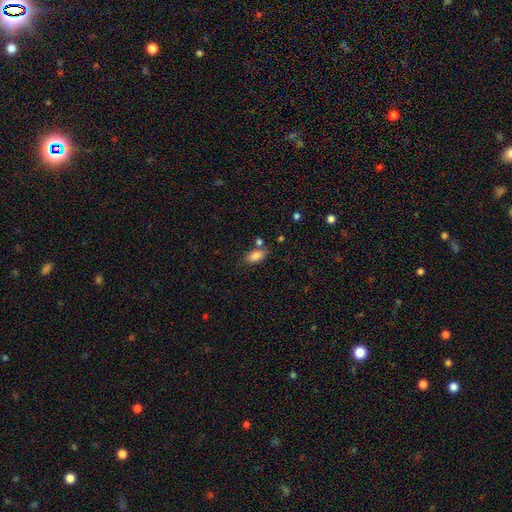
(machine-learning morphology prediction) Q: Smooth or featured?
A: smooth (85%); runner-up: star or artifact (8%)
Q: How rounded?
A: in between (89%); runner-up: cigar-shaped (8%)
Q: Merging?
A: none (69%); runner-up: minor disturbance (14%)